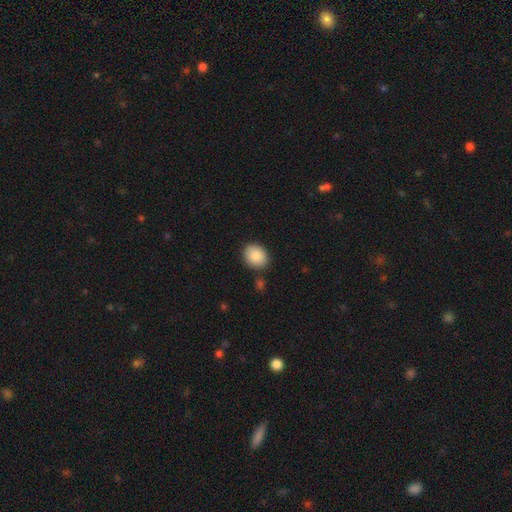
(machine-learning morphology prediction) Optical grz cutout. It shows a smooth galaxy with no disk features (88%) that is round (59%). Merging: none (84%).